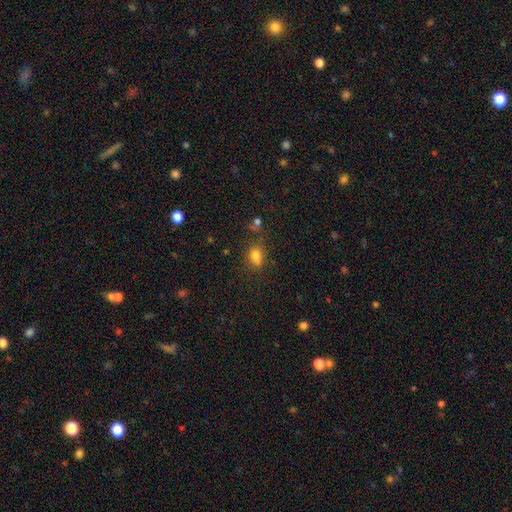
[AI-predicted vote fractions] Overall: smooth (76%). How rounded: in between (54%; round 44%). Merging: none (62%).